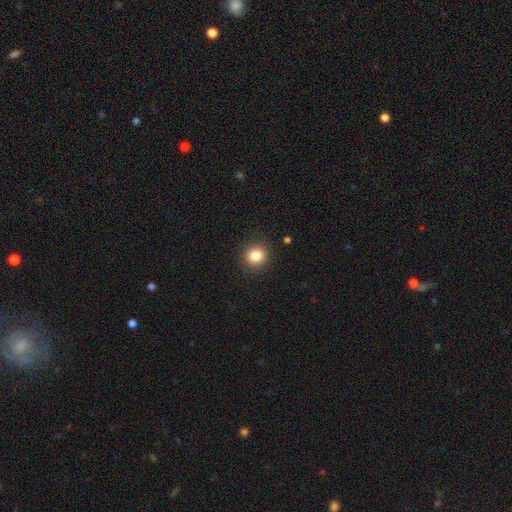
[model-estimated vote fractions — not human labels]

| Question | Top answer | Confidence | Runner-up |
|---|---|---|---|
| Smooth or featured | smooth | 84% | star or artifact (11%) |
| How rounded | round | 88% | in between (11%) |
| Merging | none | 91% | minor disturbance (6%) |